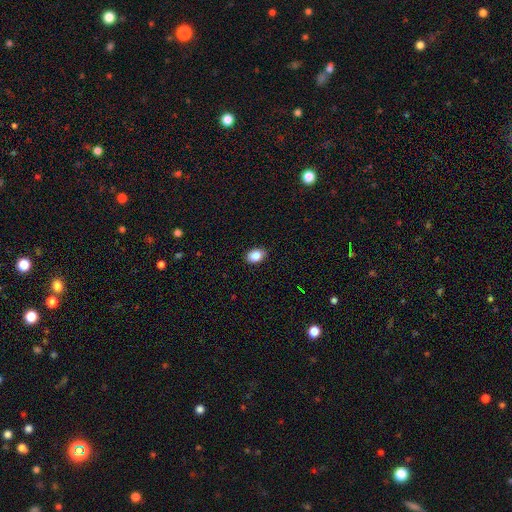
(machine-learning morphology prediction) The model was most divided on "how rounded": in between: 81%, round: 18%, cigar-shaped: 1%. More confident: smooth or featured — smooth (87%); merging — none (87%).